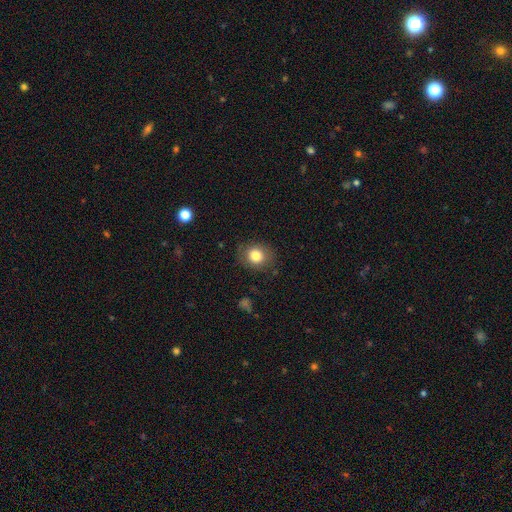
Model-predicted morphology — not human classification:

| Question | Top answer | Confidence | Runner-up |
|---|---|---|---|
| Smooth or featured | smooth | 81% | star or artifact (10%) |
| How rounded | round | 69% | in between (30%) |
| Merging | none | 80% | minor disturbance (14%) |